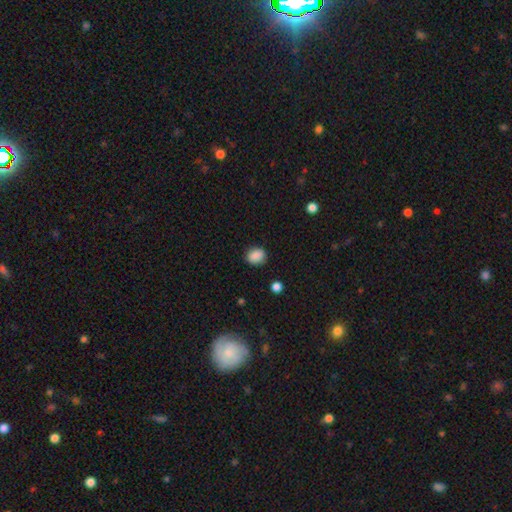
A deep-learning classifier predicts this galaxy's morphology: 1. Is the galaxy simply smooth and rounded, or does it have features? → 87% smooth, 9% star or artifact, 4% featured or disk.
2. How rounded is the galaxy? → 62% round, 37% in between, 1% cigar-shaped.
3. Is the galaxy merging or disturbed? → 84% none, 12% minor disturbance, 3% major disturbance, 1% merger.